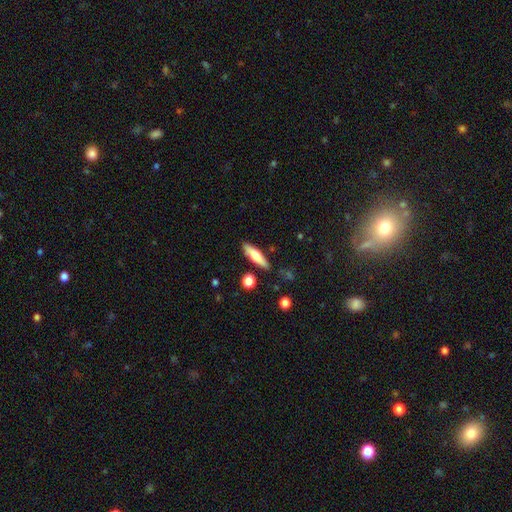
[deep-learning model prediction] This appears to be a smooth galaxy with no disk features (65%) that is cigar-shaped (66%). Merging: none (83%).